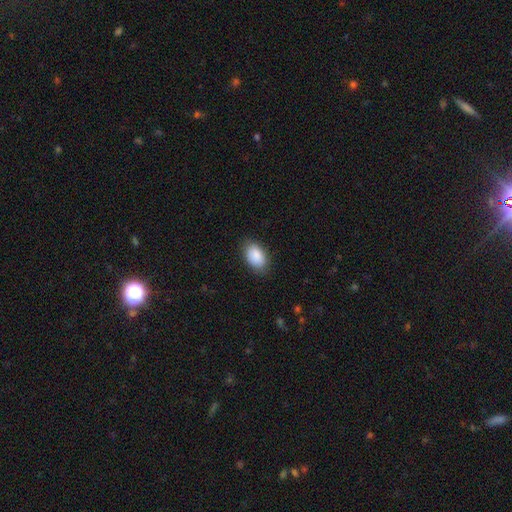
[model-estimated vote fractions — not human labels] Smooth or featured? Predicted: smooth (p=0.89). How rounded? Predicted: in between (p=0.90). Merging? Predicted: none (p=0.82).